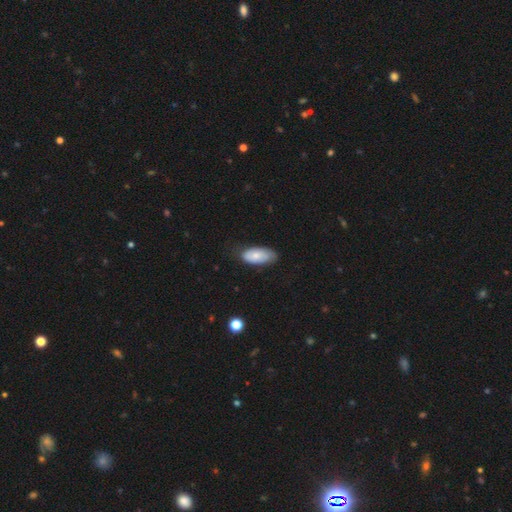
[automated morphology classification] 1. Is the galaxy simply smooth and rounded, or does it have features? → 69% smooth, 24% featured or disk, 6% star or artifact.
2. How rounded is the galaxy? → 91% in between, 7% cigar-shaped, 2% round.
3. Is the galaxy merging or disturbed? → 68% none, 26% minor disturbance, 5% major disturbance, 1% merger.